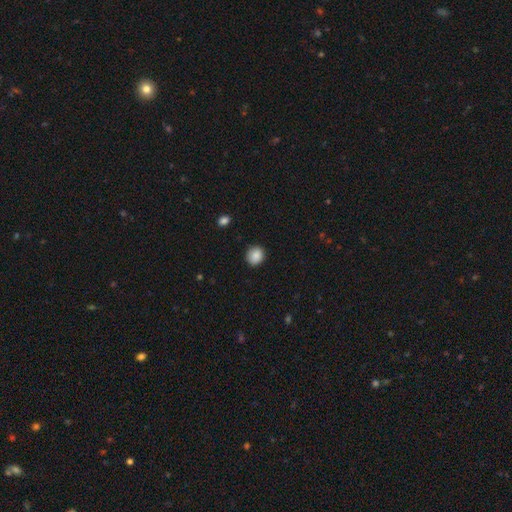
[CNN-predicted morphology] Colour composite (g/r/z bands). It shows a smooth galaxy with no disk features (88%) that is round (82%). Merging: none (88%).